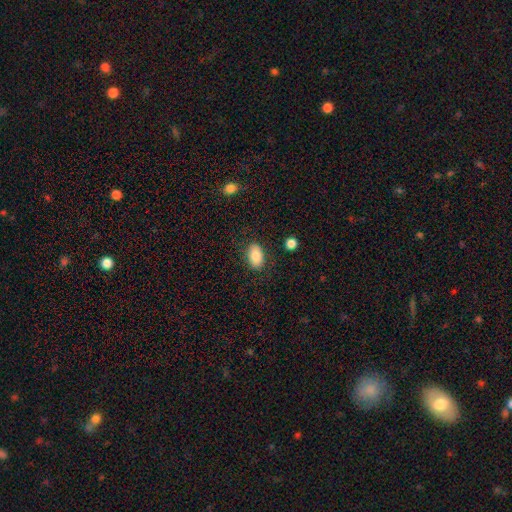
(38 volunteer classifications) Morphology: type=smooth (84%); roundness=in between (91%); merging=none (89%).